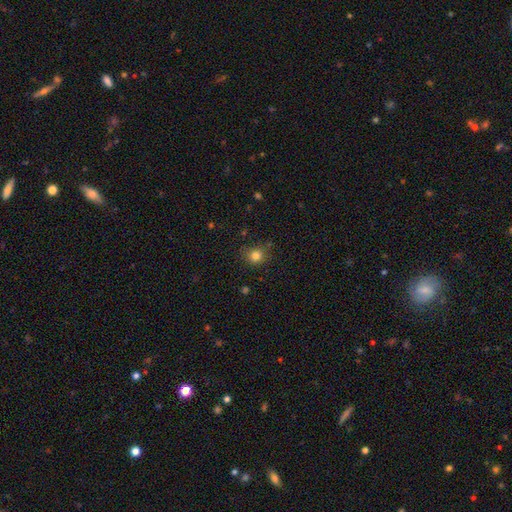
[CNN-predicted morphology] A smooth galaxy with no disk features (81%) that is round (81%).

Vote fractions:
- Smooth or featured? smooth: 81% / star or artifact: 13% / featured or disk: 6%
- How rounded? round: 81% / in between: 18% / cigar-shaped: 1%
- Merging? none: 78% / minor disturbance: 15% / major disturbance: 4% / merger: 2%